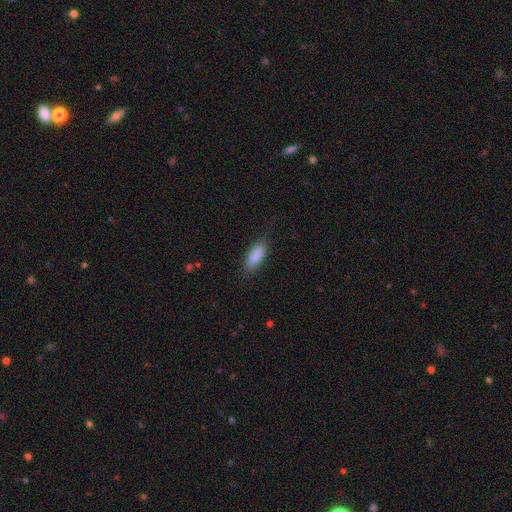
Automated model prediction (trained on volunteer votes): smooth-or-featured: smooth: 89% | star or artifact: 7% | featured or disk: 5%
  how-rounded: in between: 73% | cigar-shaped: 25% | round: 2%
  merging: none: 83% | minor disturbance: 12% | major disturbance: 3% | merger: 1%